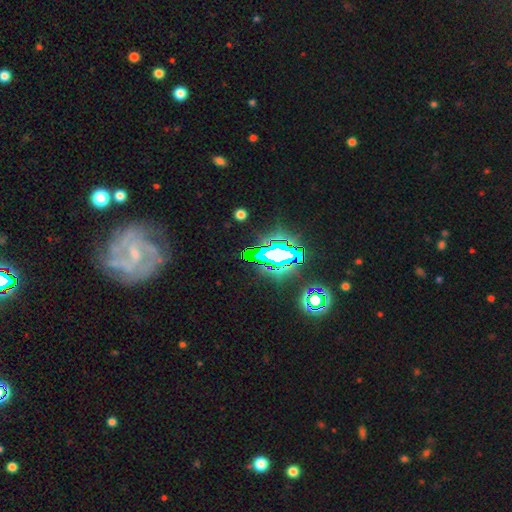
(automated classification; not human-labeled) A star or artifact, not a galaxy (65%).